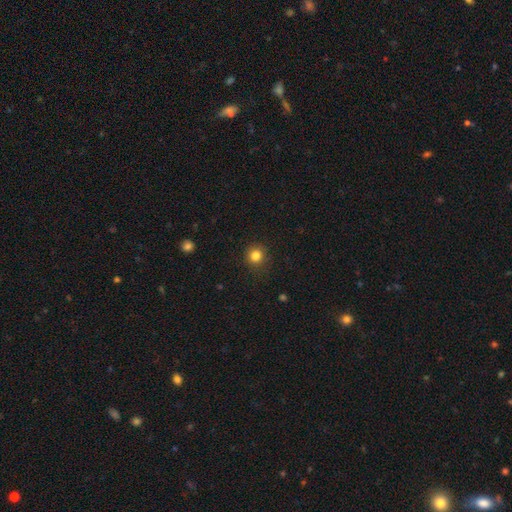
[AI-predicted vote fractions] Smooth or featured: smooth — 83% (star or artifact — 12%)
How rounded: round — 92% (in between — 7%)
Merging: none — 88% (minor disturbance — 8%)